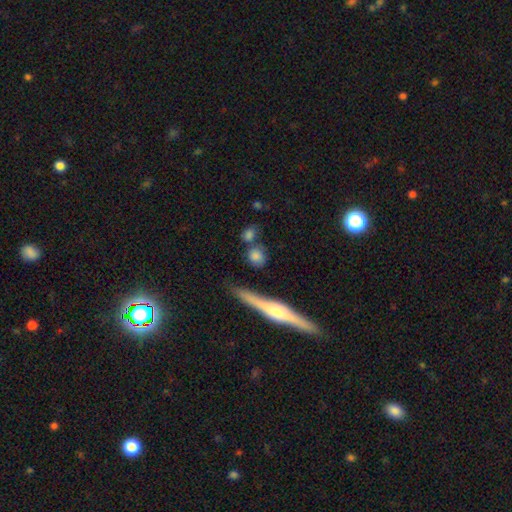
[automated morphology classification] type=smooth (76%); roundness=round (64%); merging=none (70%).